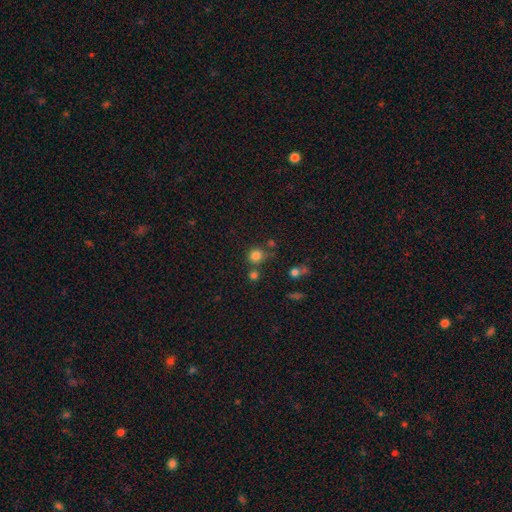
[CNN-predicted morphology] A smooth galaxy with no disk features (80%) that is round (90%).

Vote fractions:
- Smooth or featured? smooth: 80% / star or artifact: 15% / featured or disk: 6%
- How rounded? round: 90% / in between: 9% / cigar-shaped: 1%
- Merging? none: 66% / merger: 17% / minor disturbance: 12% / major disturbance: 5%